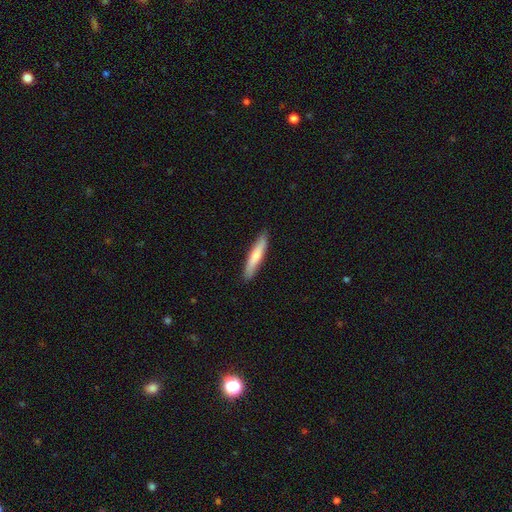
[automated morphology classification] This appears to be a smooth galaxy with no disk features (69%) that is cigar-shaped (89%). Merging: none (89%).